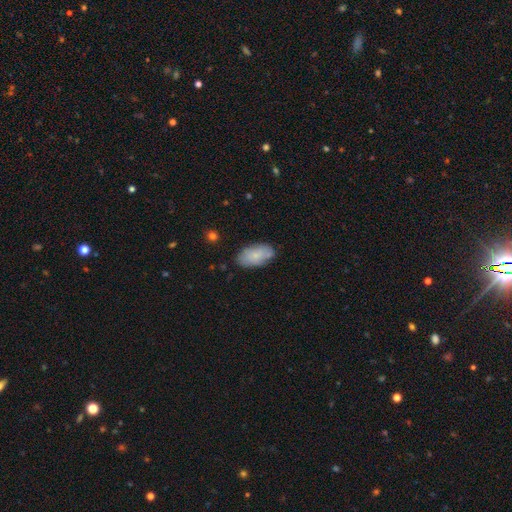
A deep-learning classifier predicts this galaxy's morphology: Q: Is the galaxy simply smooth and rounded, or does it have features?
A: smooth — 74%.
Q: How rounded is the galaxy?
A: in between — 94%.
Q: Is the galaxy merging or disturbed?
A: none — 76%.